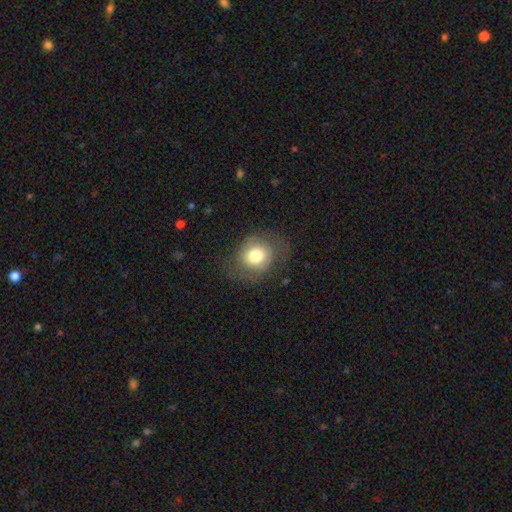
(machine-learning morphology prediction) A smooth galaxy with no disk features (74%) that is round (68%).

Vote fractions:
- Smooth or featured? smooth: 74% / featured or disk: 17% / star or artifact: 9%
- How rounded? round: 68% / in between: 31% / cigar-shaped: 1%
- Merging? none: 70% / minor disturbance: 19% / major disturbance: 11% / merger: 1%